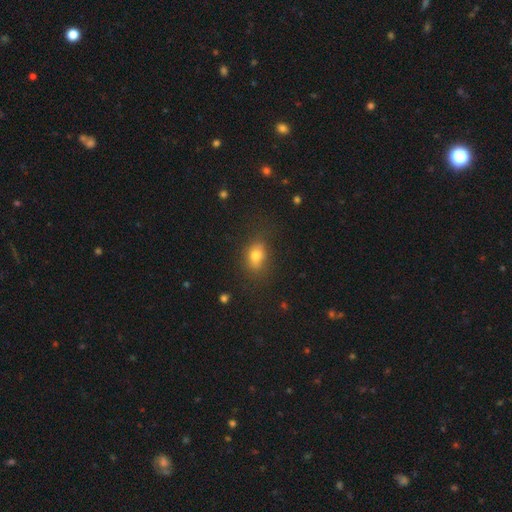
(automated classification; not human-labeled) Smooth or featured: smooth — 75% (star or artifact — 12%)
How rounded: in between — 72% (round — 25%)
Merging: none — 70% (minor disturbance — 20%)